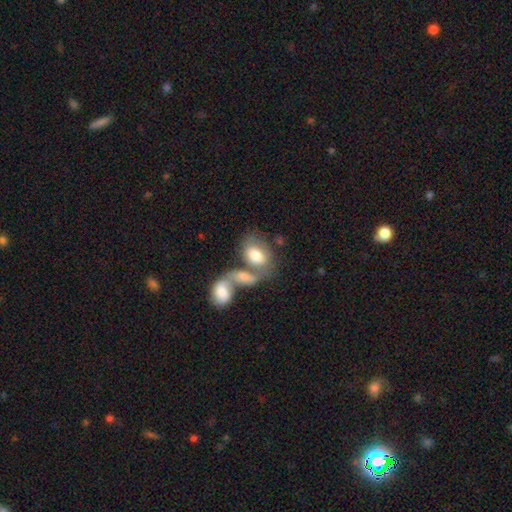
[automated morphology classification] Smooth or featured? smooth (71%)
How rounded? in between (85%)
Merging? merger (55%)